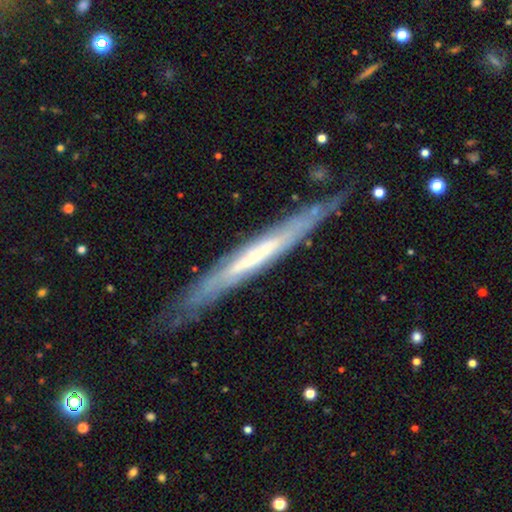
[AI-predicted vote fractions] featured or disk 70%, smooth 24%, star or artifact 6%. Down the decision tree: edge-on disk — yes (84%); edge-on bulge — none (76%); merging — none (76%).